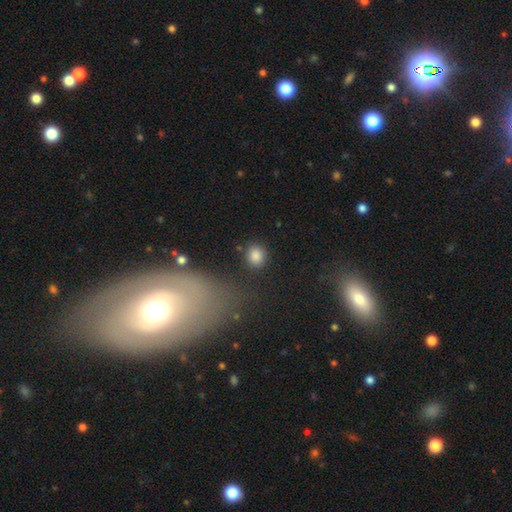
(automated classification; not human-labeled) The model was most divided on "how rounded": round: 79%, in between: 19%, cigar-shaped: 1%. More confident: smooth or featured — smooth (86%); merging — none (85%).